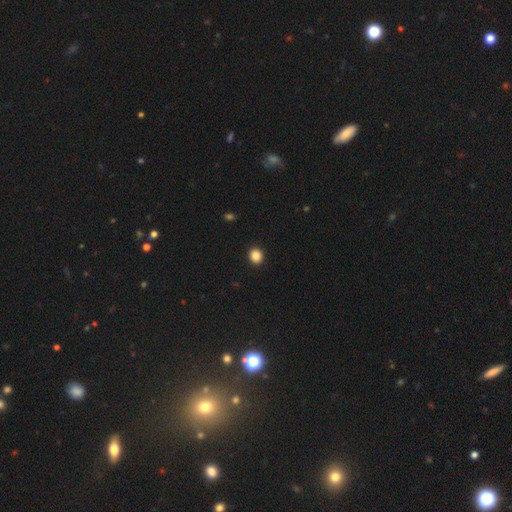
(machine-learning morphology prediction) smooth 86%, star or artifact 10%, featured or disk 3%. Down the decision tree: how rounded — round (80%); merging — none (93%).